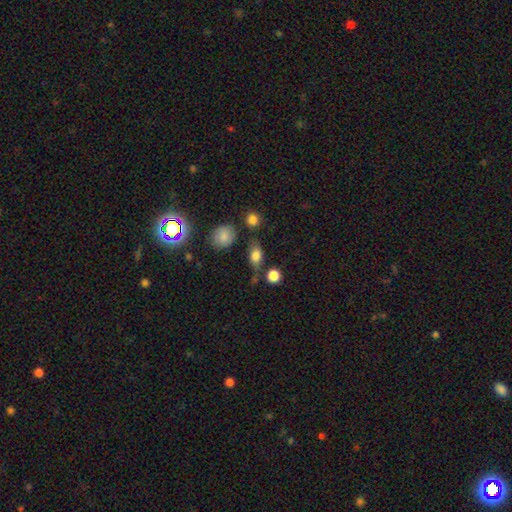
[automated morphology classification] A smooth galaxy with no disk features (77%) that is in between round and cigar-shaped (74%). Merging: none (68%).